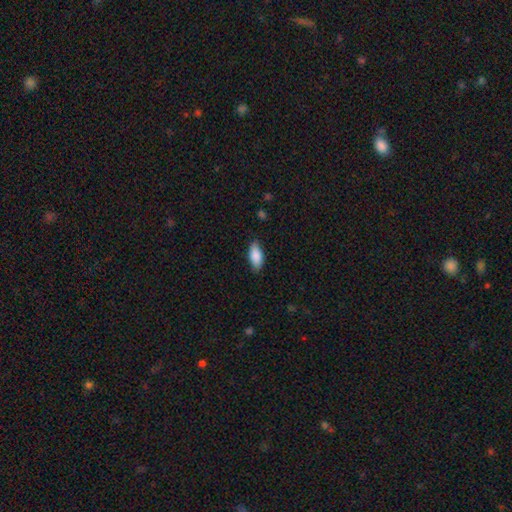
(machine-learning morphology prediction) The model was most divided on "merging": none: 80%, minor disturbance: 16%, major disturbance: 3%, merger: 1%. More confident: how rounded — in between (89%); smooth or featured — smooth (87%).